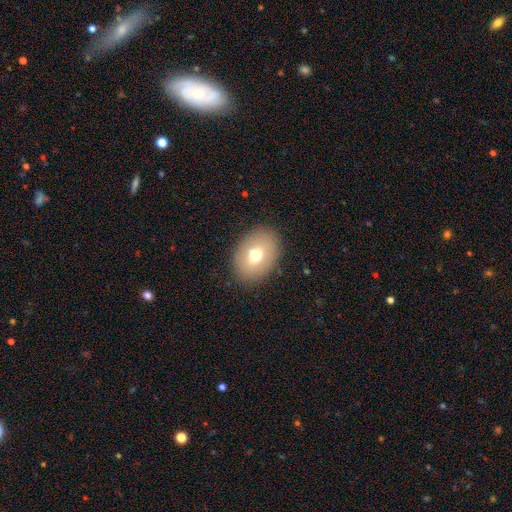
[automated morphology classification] smooth_or_featured: smooth (p=0.68) [alt: featured or disk p=0.22]
how_rounded: in between (p=0.73) [alt: round p=0.26]
merging: none (p=0.86) [alt: minor disturbance p=0.09]